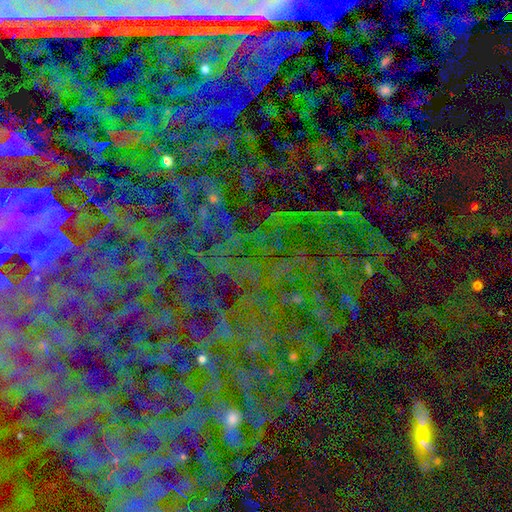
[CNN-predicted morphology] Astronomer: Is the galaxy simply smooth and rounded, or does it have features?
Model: star or artifact — 79%.